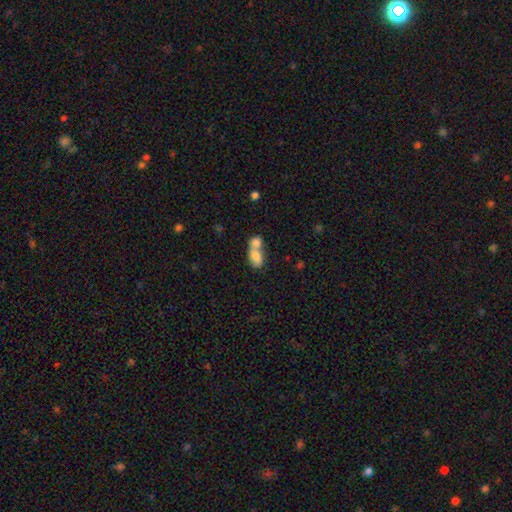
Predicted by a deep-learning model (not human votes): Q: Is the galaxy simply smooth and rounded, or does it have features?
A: smooth — 75%.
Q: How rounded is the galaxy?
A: in between — 82%.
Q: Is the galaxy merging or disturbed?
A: merger — 73%.